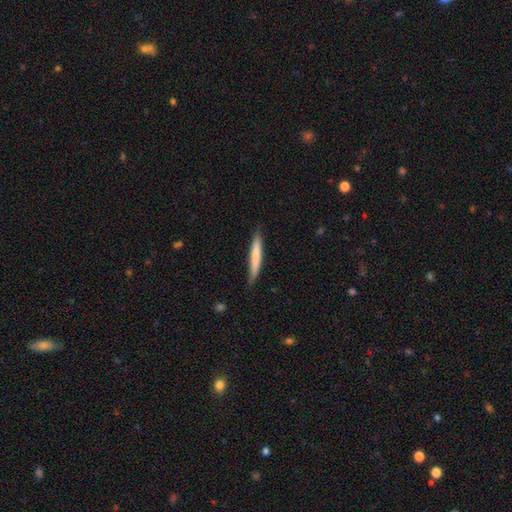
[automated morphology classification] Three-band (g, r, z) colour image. It shows a smooth galaxy with no disk features (70%) that is cigar-shaped (95%). Merging: none (83%).